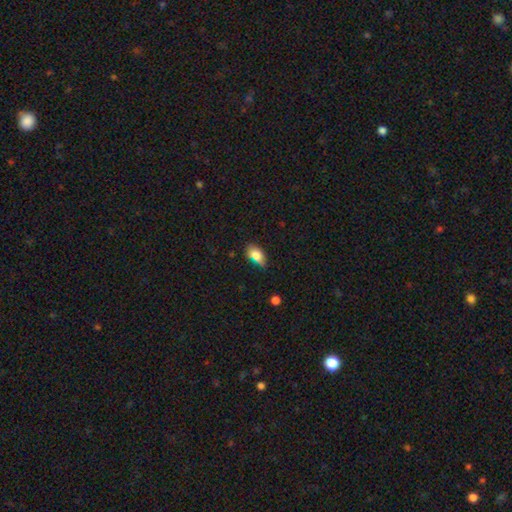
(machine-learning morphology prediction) Smooth or featured? smooth (80%)
How rounded? in between (86%)
Merging? none (55%)